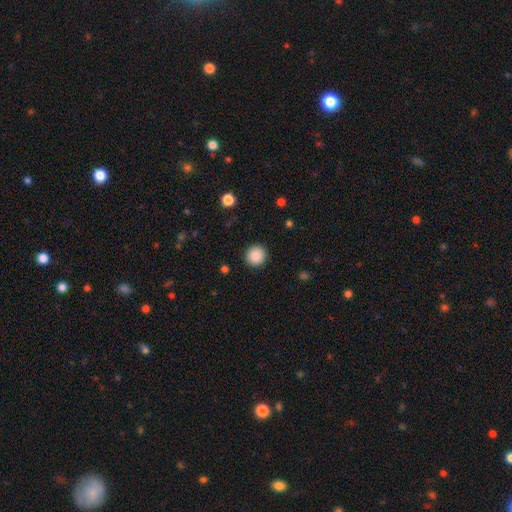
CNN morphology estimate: smooth-or-featured: smooth: 88% | star or artifact: 9% | featured or disk: 3%
  how-rounded: round: 94% | in between: 5% | cigar-shaped: 1%
  merging: none: 91% | minor disturbance: 6% | major disturbance: 2% | merger: 1%